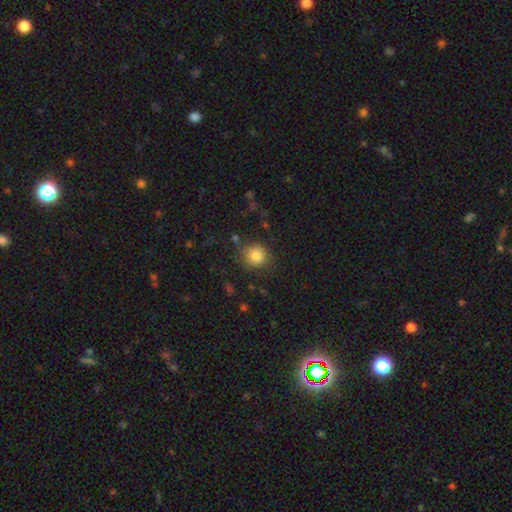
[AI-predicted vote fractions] Overall: smooth (83%). How rounded: round (90%). Merging: none (79%).